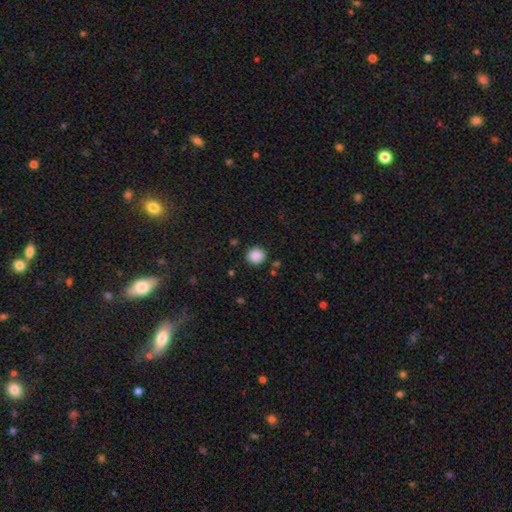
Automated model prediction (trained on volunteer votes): A smooth galaxy with no disk features (88%) that is round (90%). Merging: none (89%).